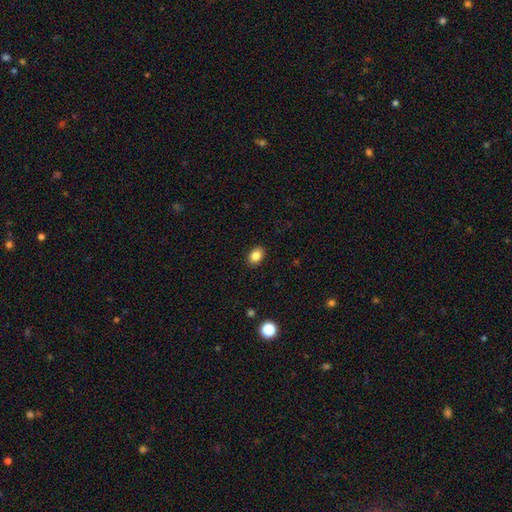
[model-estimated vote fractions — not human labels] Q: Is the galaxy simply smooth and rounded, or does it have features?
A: smooth — 85%.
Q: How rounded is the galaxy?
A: in between — 76%.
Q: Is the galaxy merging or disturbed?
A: none — 89%.